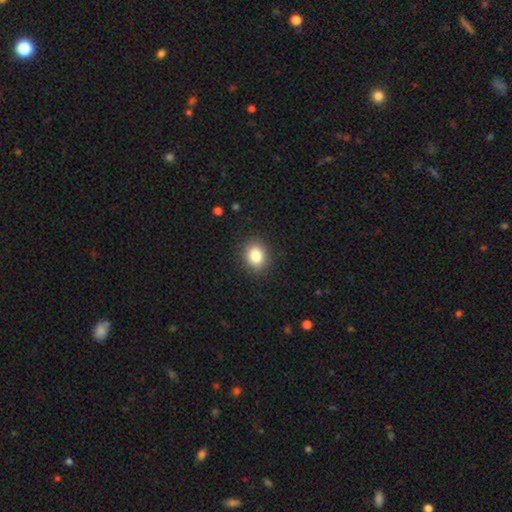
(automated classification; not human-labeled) smooth-or-featured: smooth: 83% | star or artifact: 10% | featured or disk: 7%
  how-rounded: round: 53% | in between: 46% | cigar-shaped: 1%
  merging: none: 89% | minor disturbance: 8% | major disturbance: 2% | merger: 1%